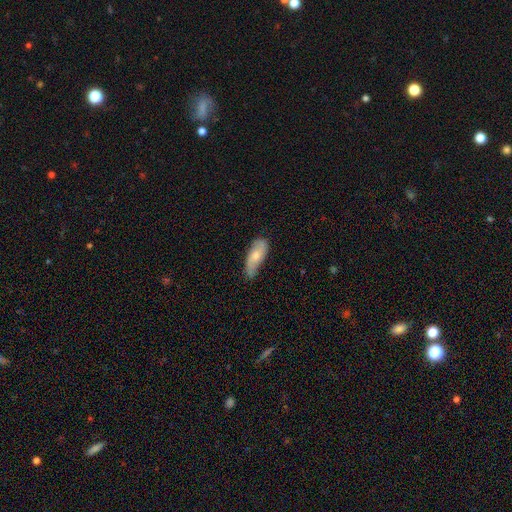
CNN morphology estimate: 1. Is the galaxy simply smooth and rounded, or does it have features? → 60% smooth, 34% featured or disk, 6% star or artifact.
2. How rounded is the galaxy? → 73% in between, 25% cigar-shaped, 3% round.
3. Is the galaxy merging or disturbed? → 62% none, 30% minor disturbance, 6% major disturbance, 2% merger.